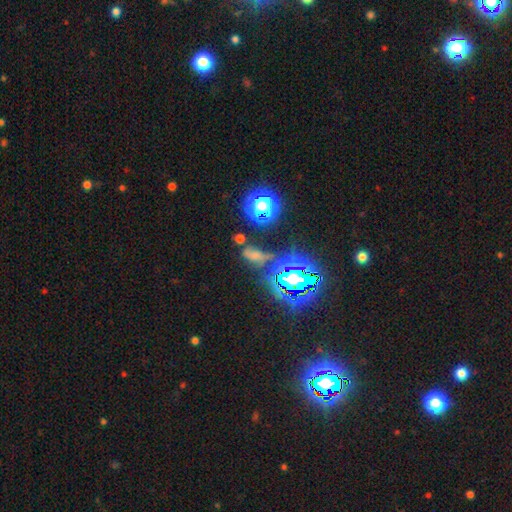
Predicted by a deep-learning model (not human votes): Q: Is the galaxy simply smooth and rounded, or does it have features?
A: star or artifact — 47%.